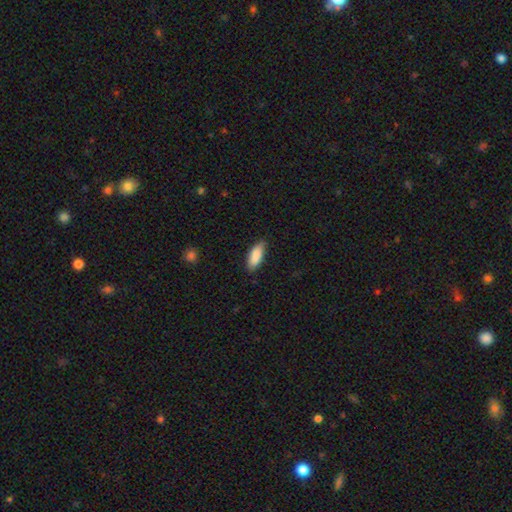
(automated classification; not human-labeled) Q: Smooth or featured?
A: smooth (89%); runner-up: star or artifact (6%)
Q: How rounded?
A: in between (74%); runner-up: cigar-shaped (24%)
Q: Merging?
A: none (82%); runner-up: minor disturbance (15%)